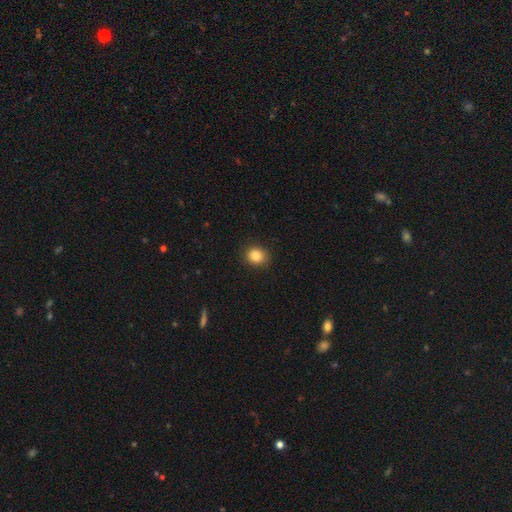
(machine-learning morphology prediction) smooth-or-featured: smooth: 85% | star or artifact: 10% | featured or disk: 4%
  how-rounded: round: 79% | in between: 21% | cigar-shaped: 1%
  merging: none: 88% | minor disturbance: 8% | major disturbance: 2% | merger: 1%